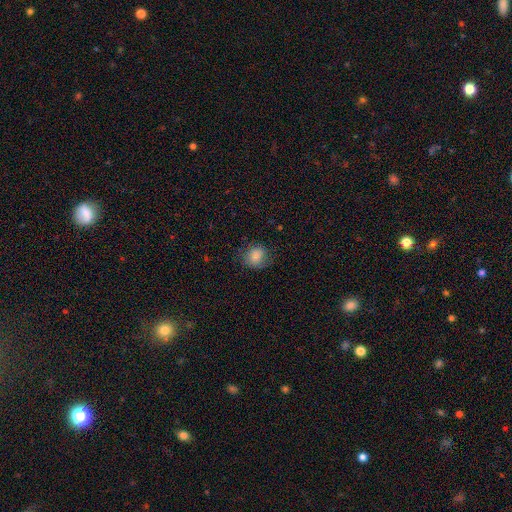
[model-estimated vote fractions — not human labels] Smooth or featured? Predicted: smooth (p=0.82). How rounded? Predicted: round (p=0.63). Merging? Predicted: none (p=0.68).